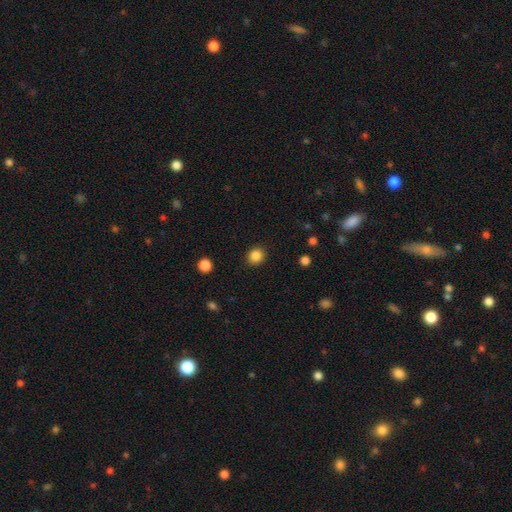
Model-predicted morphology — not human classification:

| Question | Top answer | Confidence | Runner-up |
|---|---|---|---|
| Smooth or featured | smooth | 86% | star or artifact (11%) |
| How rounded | round | 79% | in between (20%) |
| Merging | none | 89% | minor disturbance (7%) |